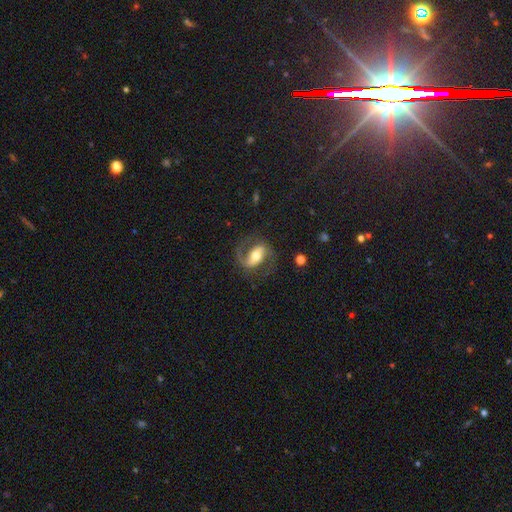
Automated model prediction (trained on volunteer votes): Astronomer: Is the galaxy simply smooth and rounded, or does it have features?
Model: featured or disk — 81%.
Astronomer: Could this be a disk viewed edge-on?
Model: no — 96%.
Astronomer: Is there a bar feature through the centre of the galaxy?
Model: strong — 45% (runner-up: weak, 34%).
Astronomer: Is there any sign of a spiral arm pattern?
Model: yes — 93%.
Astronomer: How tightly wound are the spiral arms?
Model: medium — 51% (runner-up: loose, 34%).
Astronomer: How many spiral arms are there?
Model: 2 — 82%.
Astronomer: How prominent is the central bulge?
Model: moderate — 65%.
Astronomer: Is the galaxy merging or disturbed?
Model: none — 71%.